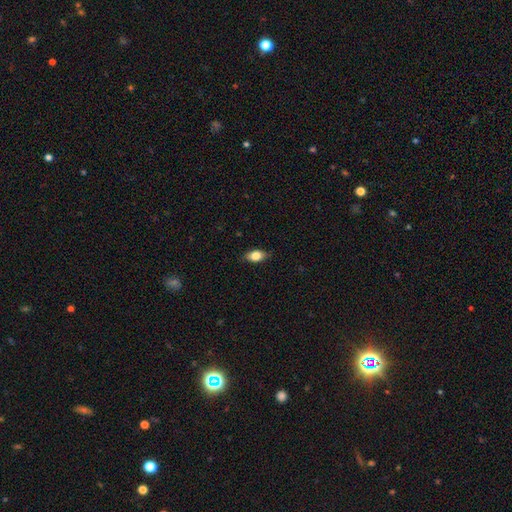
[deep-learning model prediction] Smooth or featured: smooth — 79% (featured or disk — 14%)
How rounded: in between — 85% (round — 9%)
Merging: none — 83% (minor disturbance — 14%)